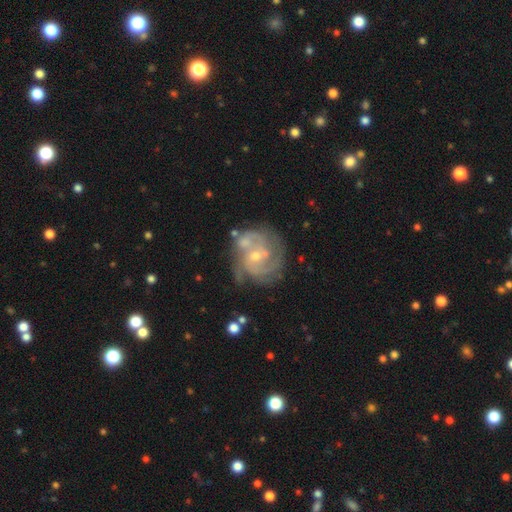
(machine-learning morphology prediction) Q: Smooth or featured?
A: featured or disk (84%); runner-up: smooth (9%)
Q: Edge-on disk?
A: no (98%); runner-up: yes (2%)
Q: Bar?
A: no (61%); runner-up: weak (33%)
Q: Spiral arms?
A: yes (94%); runner-up: no (6%)
Q: Spiral winding?
A: tight (54%); runner-up: medium (37%)
Q: Spiral arm count?
A: 3 (31%); runner-up: can't tell (26%)
Q: Bulge size?
A: small (60%); runner-up: moderate (36%)
Q: Merging?
A: none (61%); runner-up: minor disturbance (19%)